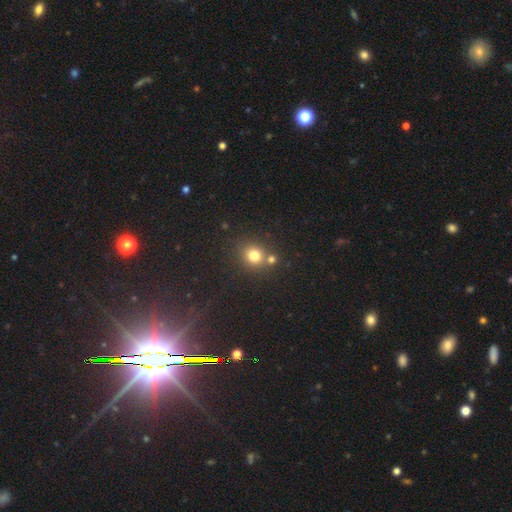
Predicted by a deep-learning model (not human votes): A smooth galaxy with no disk features (68%) that is round (82%).

Vote fractions:
- Smooth or featured? smooth: 68% / star or artifact: 24% / featured or disk: 8%
- How rounded? round: 82% / in between: 17% / cigar-shaped: 1%
- Merging? none: 72% / merger: 16% / minor disturbance: 9% / major disturbance: 3%